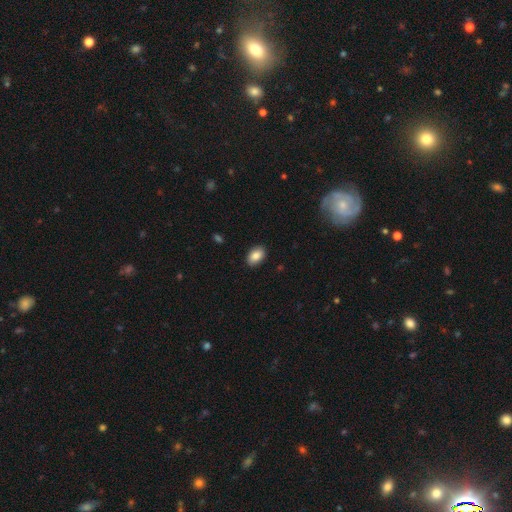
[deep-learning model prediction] A smooth galaxy with no disk features (86%) that is in between round and cigar-shaped (89%).

Vote fractions:
- Smooth or featured? smooth: 86% / star or artifact: 8% / featured or disk: 7%
- How rounded? in between: 89% / round: 10% / cigar-shaped: 1%
- Merging? none: 89% / minor disturbance: 8% / major disturbance: 2% / merger: 1%